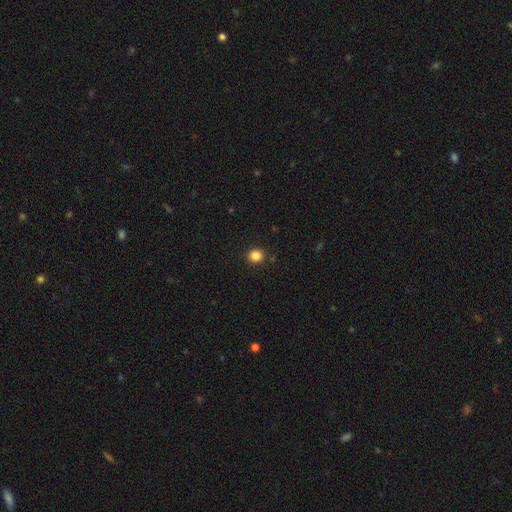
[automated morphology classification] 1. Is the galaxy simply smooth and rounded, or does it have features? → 85% smooth, 11% star or artifact, 3% featured or disk.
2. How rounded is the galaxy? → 86% round, 13% in between, 1% cigar-shaped.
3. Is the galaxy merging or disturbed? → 90% none, 6% minor disturbance, 2% major disturbance, 2% merger.